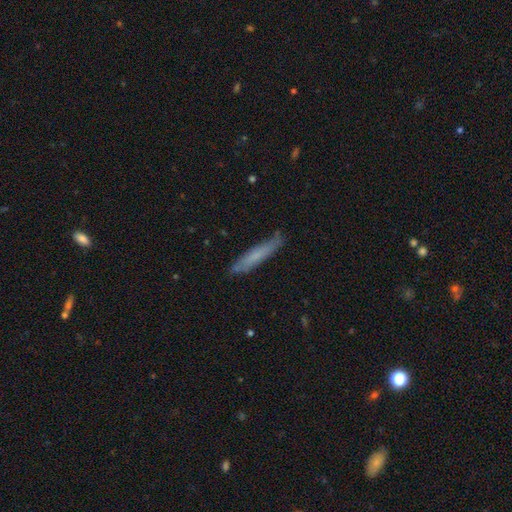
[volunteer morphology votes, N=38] smooth 71%, featured or disk 26%, star or artifact 3%. Down the decision tree: how rounded — cigar-shaped (93%); merging — none (89%).